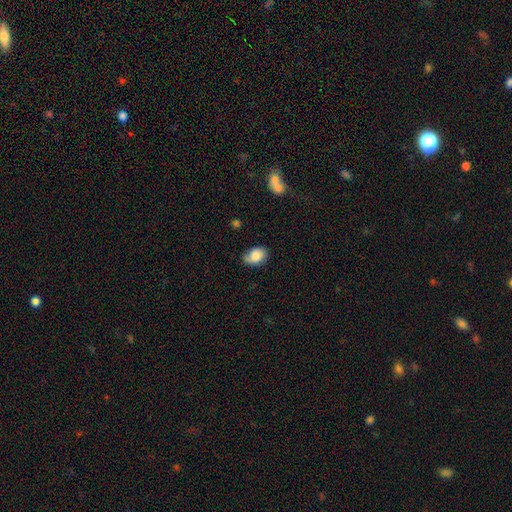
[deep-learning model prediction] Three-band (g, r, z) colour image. It shows a smooth galaxy with no disk features (78%) that is in between round and cigar-shaped (78%). Merging: none (61%).